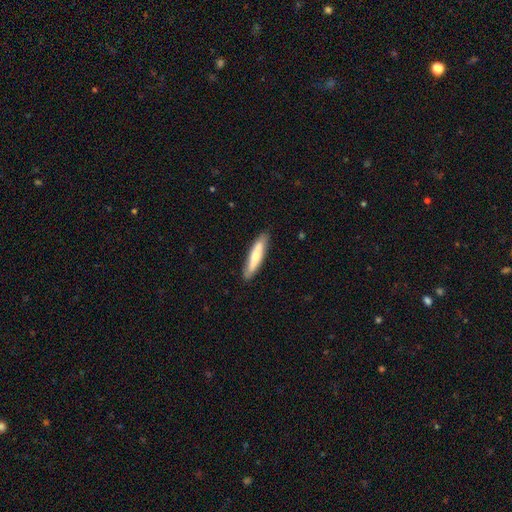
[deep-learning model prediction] Smooth or featured? smooth (63%)
How rounded? cigar-shaped (81%)
Merging? none (86%)